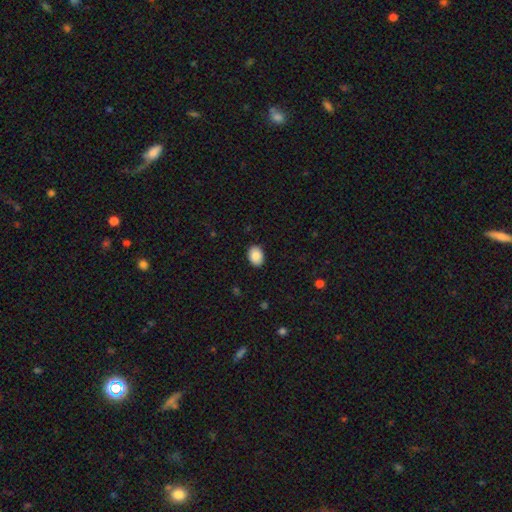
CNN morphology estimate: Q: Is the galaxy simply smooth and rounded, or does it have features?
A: smooth — 88%.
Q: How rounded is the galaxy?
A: in between — 77%.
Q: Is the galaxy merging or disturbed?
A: none — 90%.